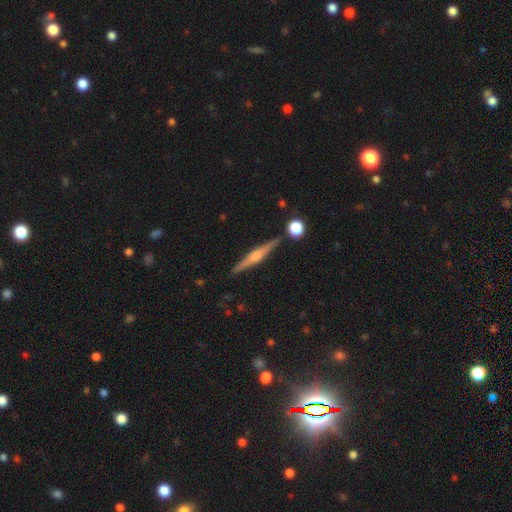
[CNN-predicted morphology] Smooth or featured: featured or disk — 74% (smooth — 20%)
Edge-on disk: yes — 98% (no — 2%)
Edge-on bulge: rounded — 82% (boxy — 12%)
Merging: none — 88% (minor disturbance — 8%)